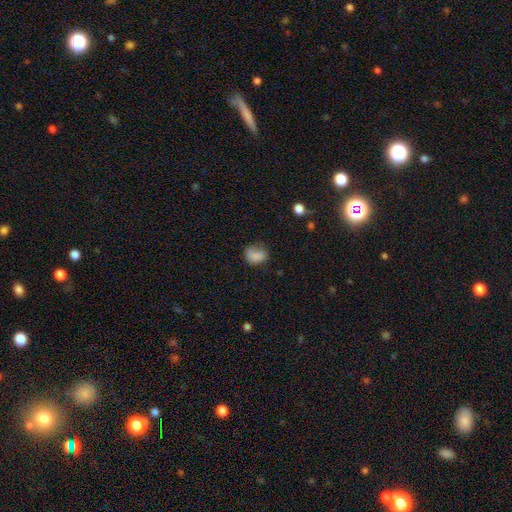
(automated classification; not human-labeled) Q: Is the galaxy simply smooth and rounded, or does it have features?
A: smooth — 79%.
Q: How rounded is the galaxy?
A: in between — 52%.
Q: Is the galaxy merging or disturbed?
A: none — 53%.